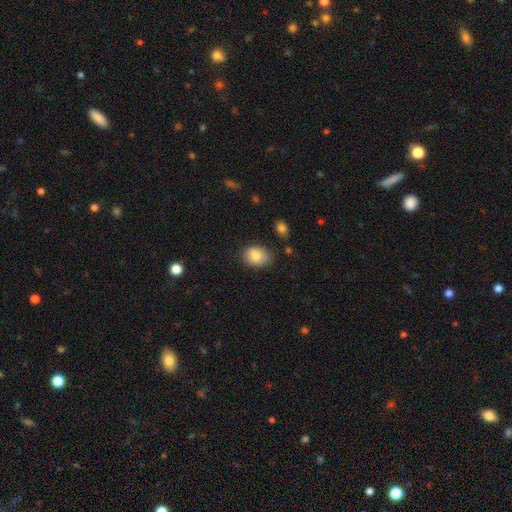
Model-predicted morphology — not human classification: Smooth or featured? smooth (82%)
How rounded? in between (71%)
Merging? none (79%)